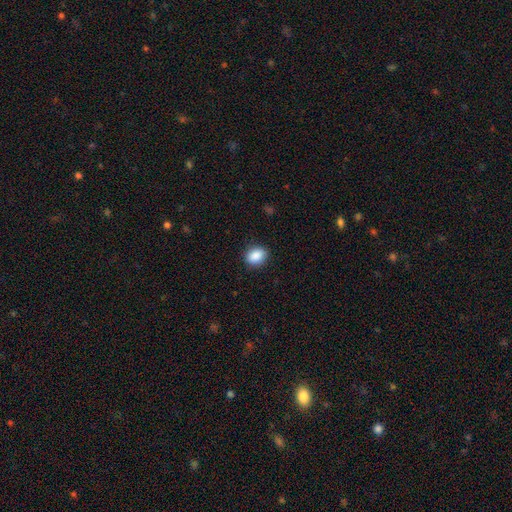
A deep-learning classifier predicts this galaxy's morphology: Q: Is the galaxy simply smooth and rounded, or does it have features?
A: smooth — 89%.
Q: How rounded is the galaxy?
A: in between — 61%.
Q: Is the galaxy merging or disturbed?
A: none — 87%.